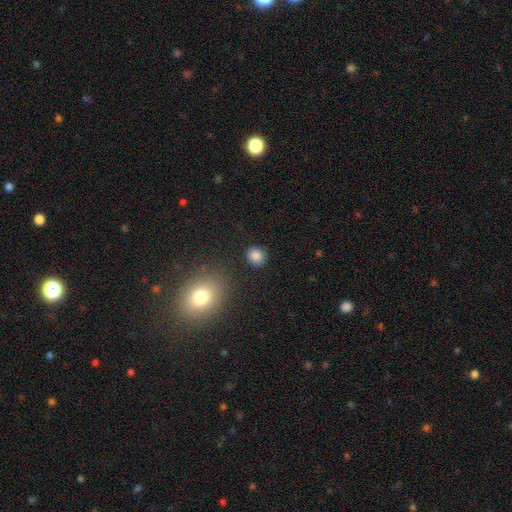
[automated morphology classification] type=smooth (85%); roundness=round (84%); merging=none (88%).